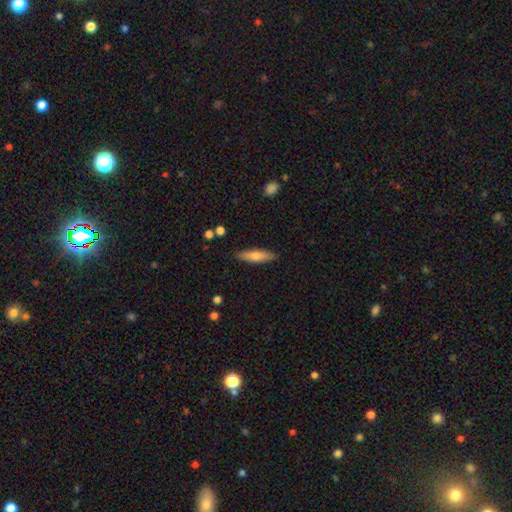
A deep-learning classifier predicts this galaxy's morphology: This appears to be a smooth galaxy with no disk features (74%) that is cigar-shaped (71%). Merging: none (88%).